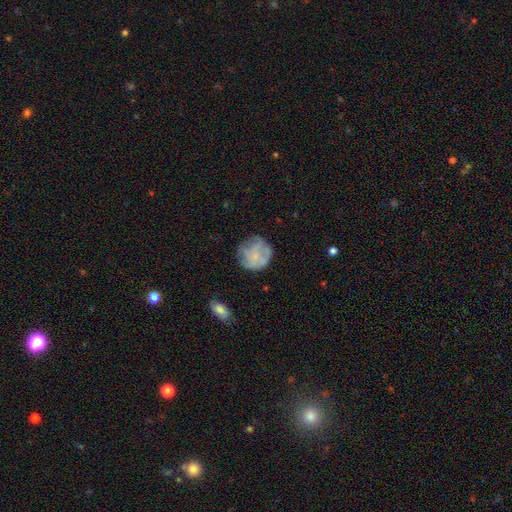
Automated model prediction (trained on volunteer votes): A smooth galaxy with no disk features (56%) that is round (87%). Merging: none (65%).